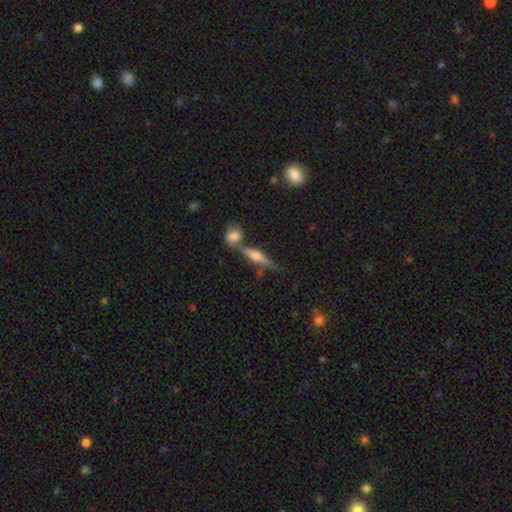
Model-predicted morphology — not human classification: Smooth or featured: featured or disk — 66% (smooth — 26%)
Edge-on disk: yes — 96% (no — 4%)
Edge-on bulge: rounded — 84% (boxy — 11%)
Merging: none — 66% (merger — 21%)